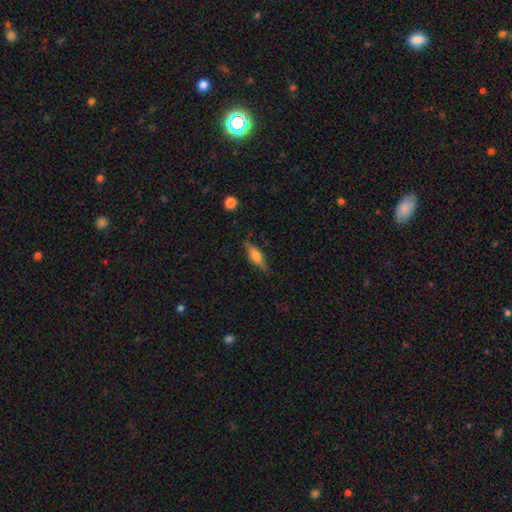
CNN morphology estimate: Smooth or featured? Predicted: featured or disk (p=0.51). Edge-on disk? Predicted: yes (p=0.94). Merging? Predicted: none (p=0.83).